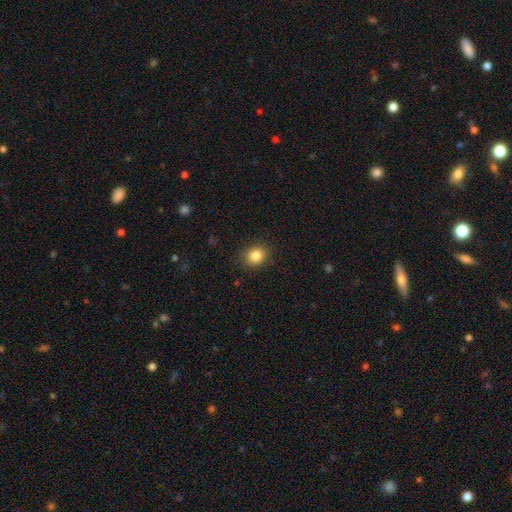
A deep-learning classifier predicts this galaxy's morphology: Smooth or featured: smooth — 85% (star or artifact — 10%)
How rounded: round — 63% (in between — 36%)
Merging: none — 87% (minor disturbance — 9%)